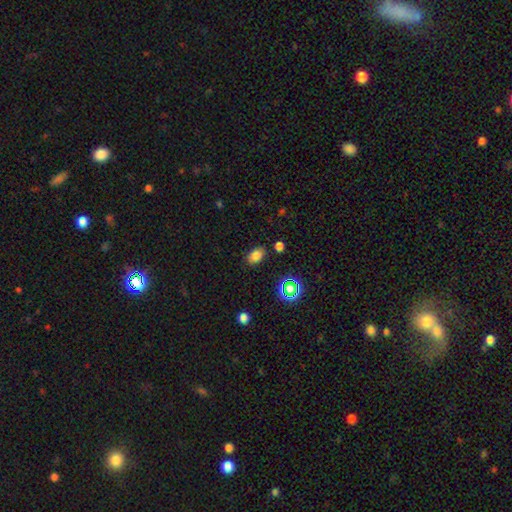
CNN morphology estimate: Smooth or featured? Predicted: smooth (p=0.78). How rounded? Predicted: in between (p=0.83). Merging? Predicted: none (p=0.82).